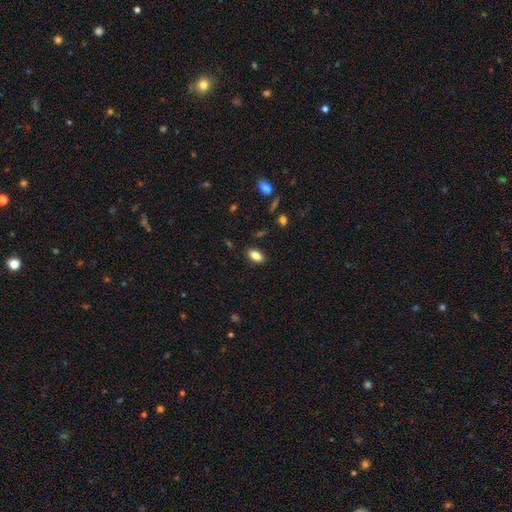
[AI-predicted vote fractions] smooth-or-featured: smooth: 84% | star or artifact: 9% | featured or disk: 7%
  how-rounded: in between: 90% | cigar-shaped: 5% | round: 5%
  merging: none: 87% | minor disturbance: 9% | major disturbance: 2% | merger: 1%